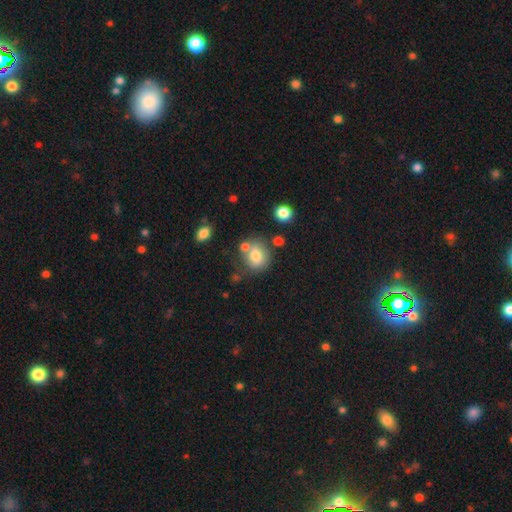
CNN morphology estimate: A smooth galaxy with no disk features (72%) that is round (73%). Merging: none (57%).